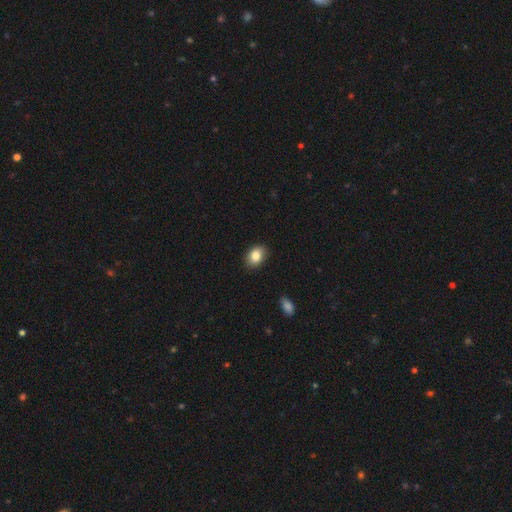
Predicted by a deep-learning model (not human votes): Smooth or featured?
  - smooth: 84% *
  - star or artifact: 8%
  - featured or disk: 8%
How rounded?
  - in between: 74% *
  - round: 25%
  - cigar-shaped: 1%
Merging?
  - none: 87% *
  - minor disturbance: 10%
  - major disturbance: 2%
  - merger: 1%